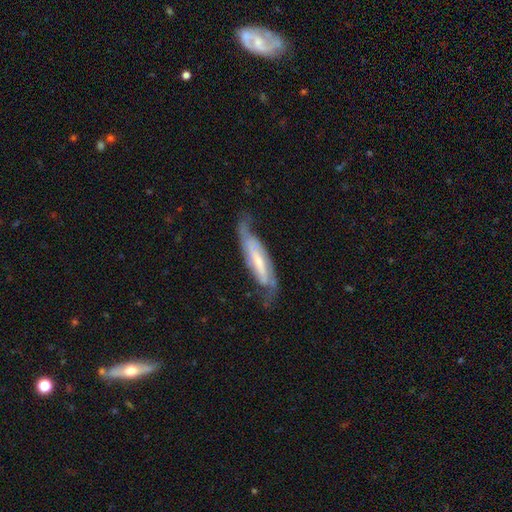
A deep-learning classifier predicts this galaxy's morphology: Smooth or featured? Predicted: featured or disk (p=0.77). Edge-on disk? Predicted: no (p=0.69). Bar? Predicted: strong (p=0.42). Spiral arms? Predicted: yes (p=0.92). Bulge size? Predicted: small (p=0.55). Merging? Predicted: none (p=0.65).